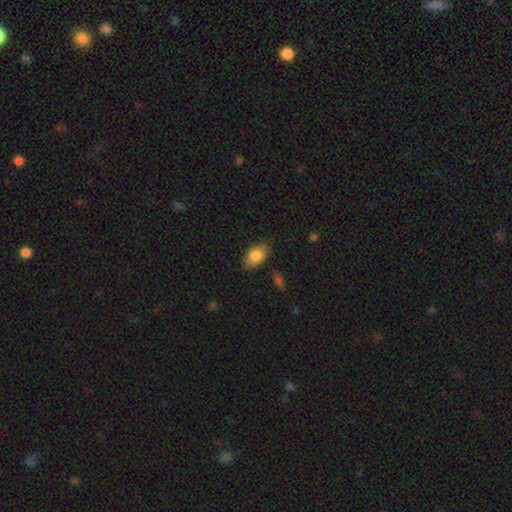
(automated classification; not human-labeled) Overall: smooth (84%). How rounded: in between (92%). Merging: none (81%).